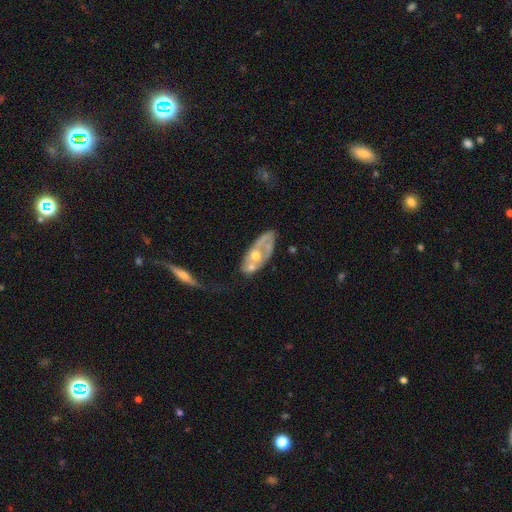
This appears to be a featured or disk galaxy (76%) with no bar (88%), tight (38%, tied with medium) spiral arms (50%, tied with no) and a moderate central bulge (77%). Merging: merger (32%).